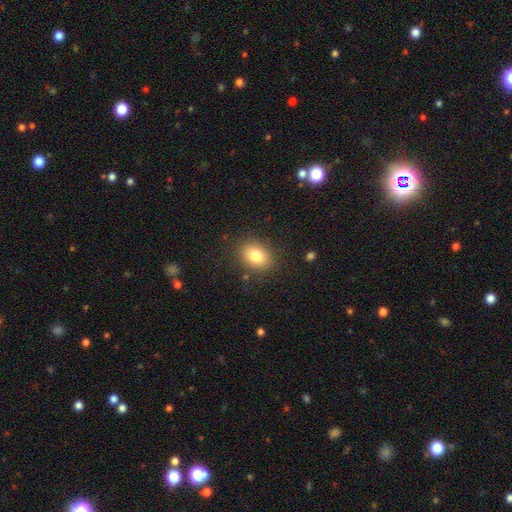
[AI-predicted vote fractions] Overall: smooth (81%). How rounded: in between (61%; round 38%). Merging: none (85%).